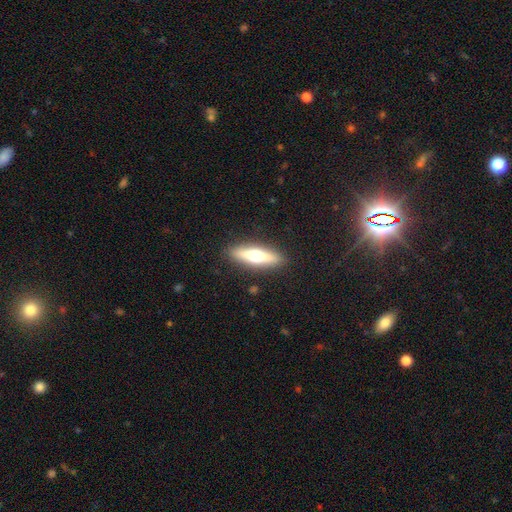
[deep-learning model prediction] Smooth or featured? Predicted: smooth (p=0.47, tied with featured or disk). Merging? Predicted: none (p=0.89).